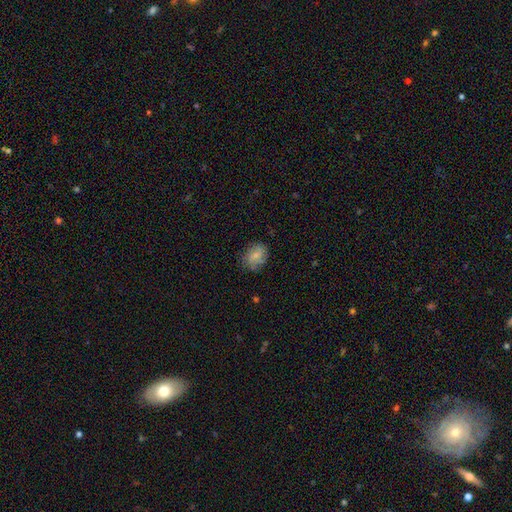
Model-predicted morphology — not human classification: Smooth or featured?
  - smooth: 66% *
  - featured or disk: 26%
  - star or artifact: 9%
How rounded?
  - in between: 56% *
  - round: 42%
  - cigar-shaped: 1%
Merging?
  - none: 70% *
  - minor disturbance: 22%
  - major disturbance: 7%
  - merger: 1%